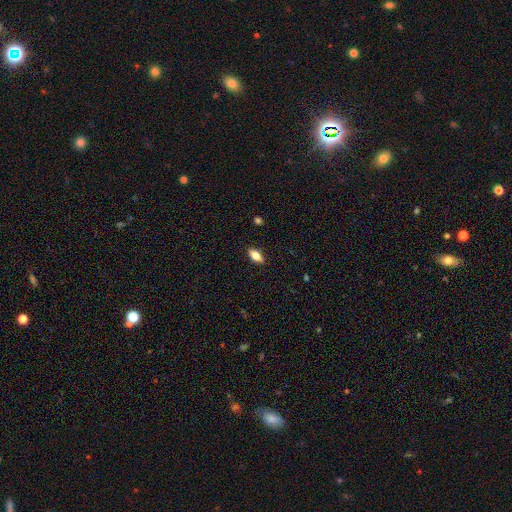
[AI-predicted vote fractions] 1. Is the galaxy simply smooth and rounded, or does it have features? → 71% smooth, 21% featured or disk, 8% star or artifact.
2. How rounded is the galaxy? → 83% in between, 14% cigar-shaped, 4% round.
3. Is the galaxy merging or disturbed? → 89% none, 8% minor disturbance, 2% major disturbance, 1% merger.